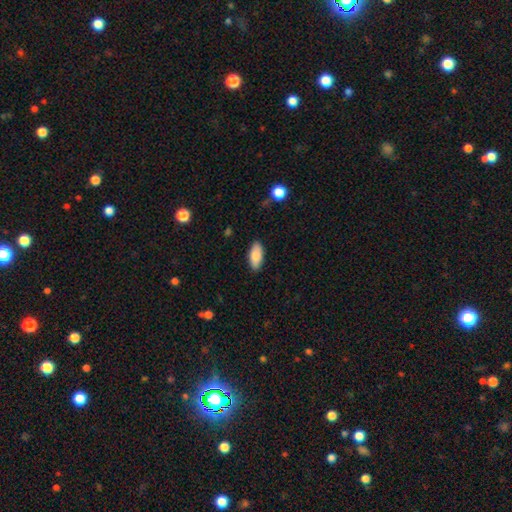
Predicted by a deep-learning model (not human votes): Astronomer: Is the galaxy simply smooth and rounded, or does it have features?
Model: smooth — 84%.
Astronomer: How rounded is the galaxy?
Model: in between — 87%.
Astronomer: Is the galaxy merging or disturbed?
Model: none — 87%.